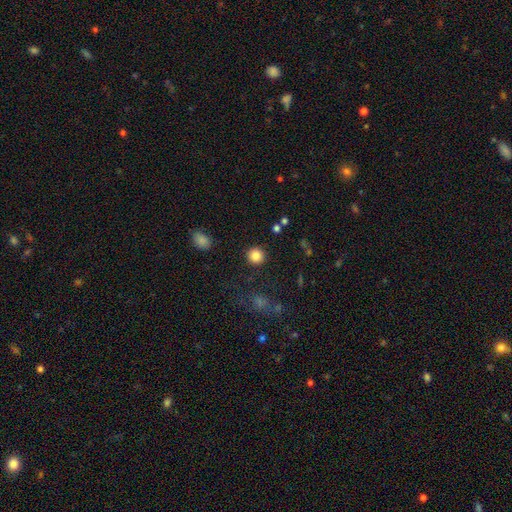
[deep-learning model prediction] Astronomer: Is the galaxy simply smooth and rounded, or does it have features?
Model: smooth — 84%.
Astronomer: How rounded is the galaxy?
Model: round — 93%.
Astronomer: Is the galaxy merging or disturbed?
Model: none — 91%.